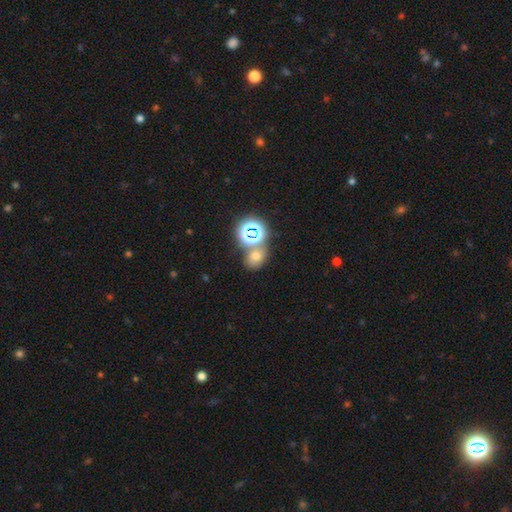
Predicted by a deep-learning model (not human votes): The model was most divided on "how rounded": round: 54%, in between: 45%, cigar-shaped: 1%. More confident: smooth or featured — smooth (59%); merging — none (57%).